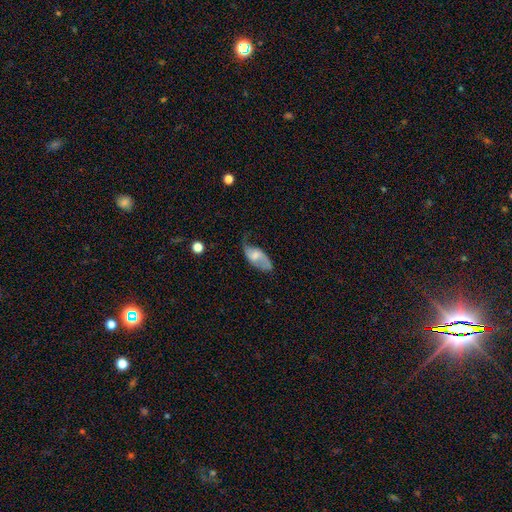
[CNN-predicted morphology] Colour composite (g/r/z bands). It shows a featured or disk galaxy (52%). Merging: none (41%).